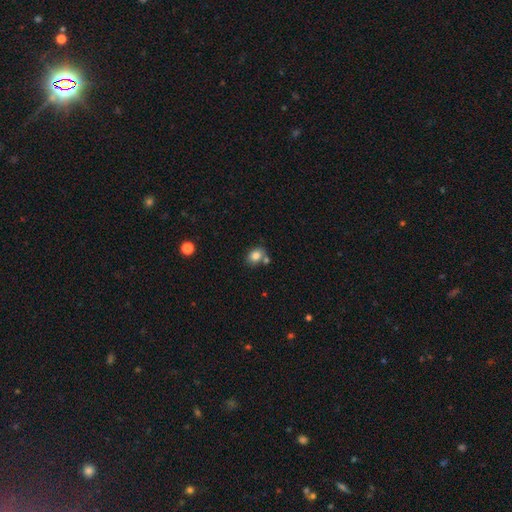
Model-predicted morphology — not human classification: Smooth or featured? smooth (82%)
How rounded? in between (61%)
Merging? none (61%)